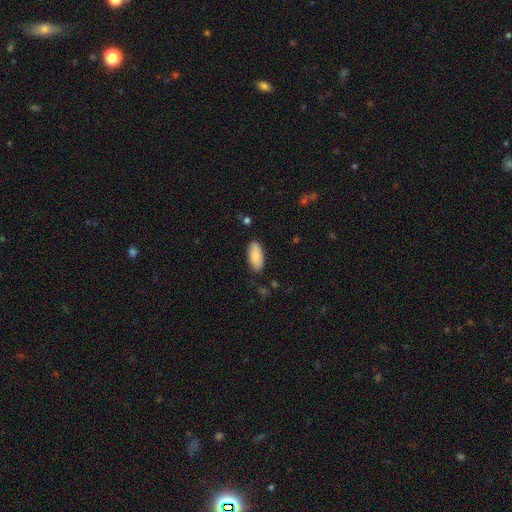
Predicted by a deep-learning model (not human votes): Smooth or featured?
  - smooth: 85% *
  - featured or disk: 9%
  - star or artifact: 6%
How rounded?
  - in between: 91% *
  - cigar-shaped: 8%
  - round: 2%
Merging?
  - none: 85% *
  - minor disturbance: 11%
  - major disturbance: 2%
  - merger: 2%